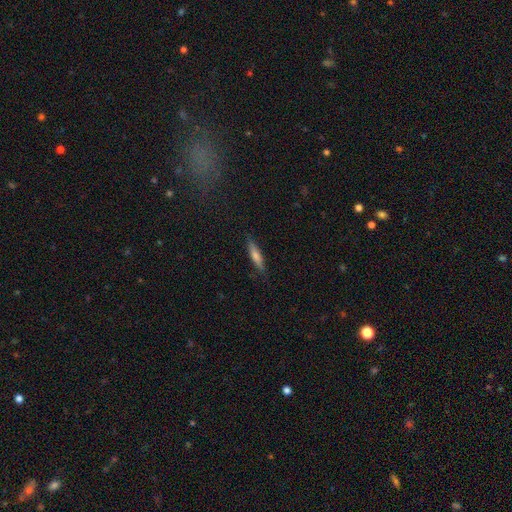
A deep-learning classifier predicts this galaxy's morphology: Smooth or featured: smooth — 57% (featured or disk — 35%)
How rounded: cigar-shaped — 86% (in between — 12%)
Merging: none — 86% (minor disturbance — 11%)